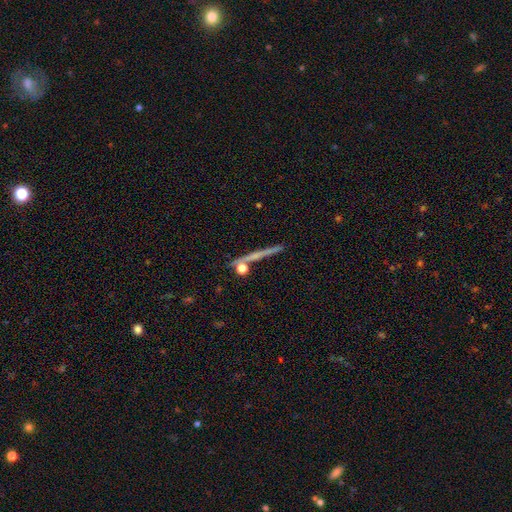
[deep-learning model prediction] A featured or disk galaxy (49%). Merging: none (79%).